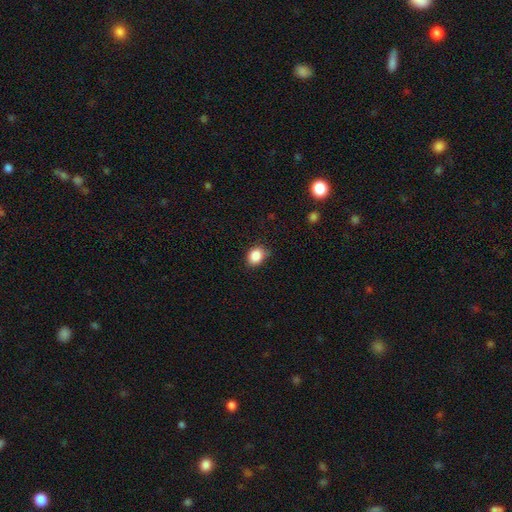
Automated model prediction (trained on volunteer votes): Smooth or featured: smooth — 86% (star or artifact — 9%)
How rounded: in between — 50% (round — 49%)
Merging: none — 72% (minor disturbance — 22%)